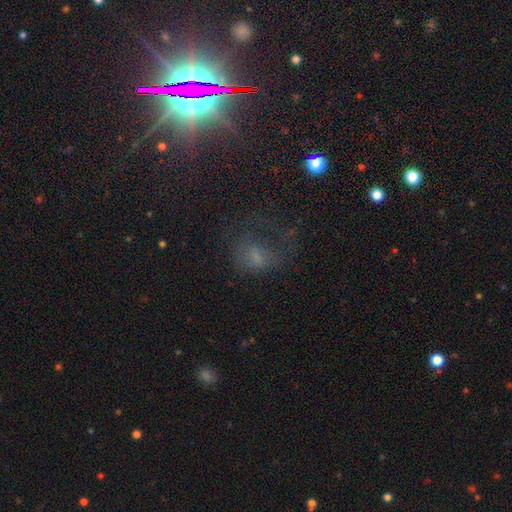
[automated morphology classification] This is possibly a smooth galaxy (47%). Merging: possibly major disturbance (46%).